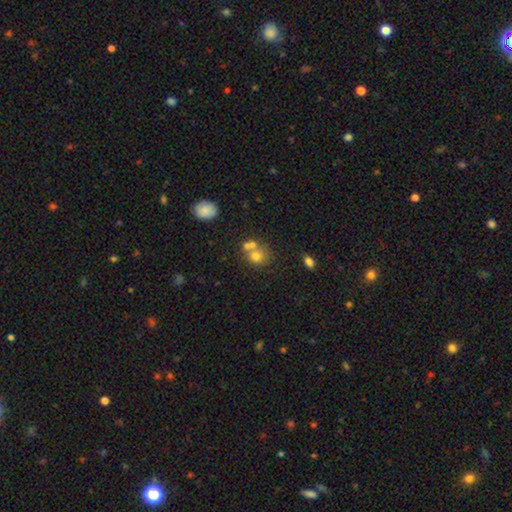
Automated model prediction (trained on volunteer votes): The model was most divided on "merging": none: 46%, merger: 43%, minor disturbance: 7%, major disturbance: 4%. More confident: how rounded — round (77%); smooth or featured — smooth (63%).